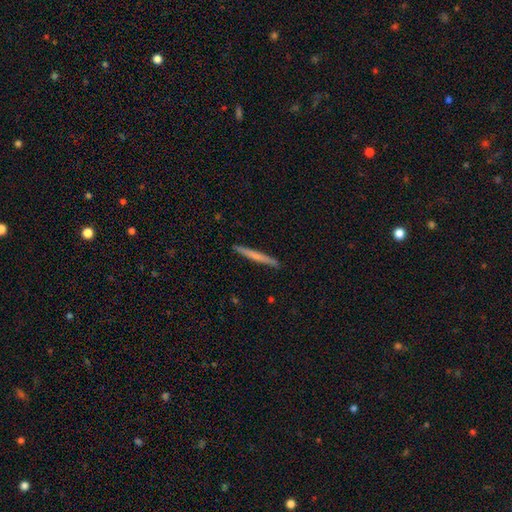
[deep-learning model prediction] smooth_or_featured: smooth (p=0.55) [alt: featured or disk p=0.39]
how_rounded: cigar-shaped (p=0.97) [alt: in between p=0.02]
merging: none (p=0.91) [alt: minor disturbance p=0.06]